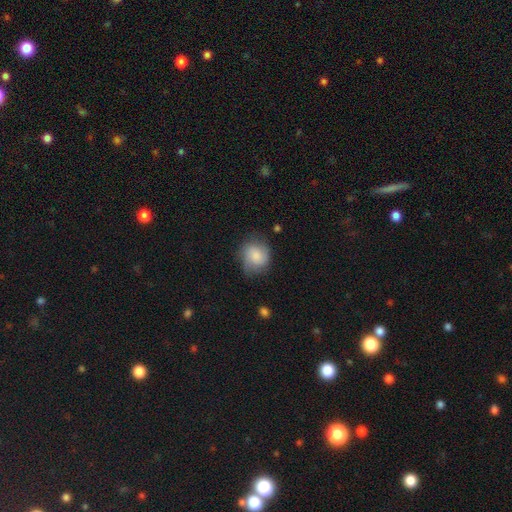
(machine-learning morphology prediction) type=smooth (66%); roundness=round (69%); merging=none (62%).